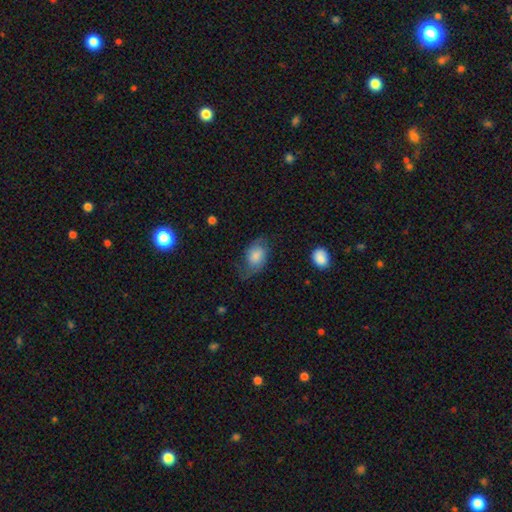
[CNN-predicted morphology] A smooth galaxy with no disk features (51%) that is in between round and cigar-shaped (76%).

Vote fractions:
- Smooth or featured? smooth: 51% / featured or disk: 40% / star or artifact: 9%
- How rounded? in between: 76% / round: 22% / cigar-shaped: 2%
- Merging? none: 57% / minor disturbance: 25% / major disturbance: 17% / merger: 2%